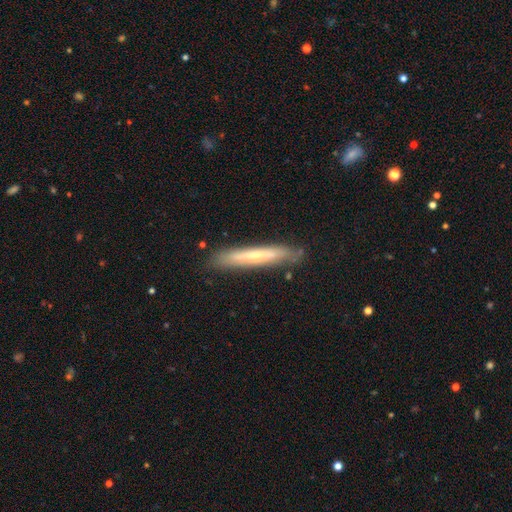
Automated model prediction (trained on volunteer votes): This appears to be a featured or disk galaxy (49%). Merging: none (83%).